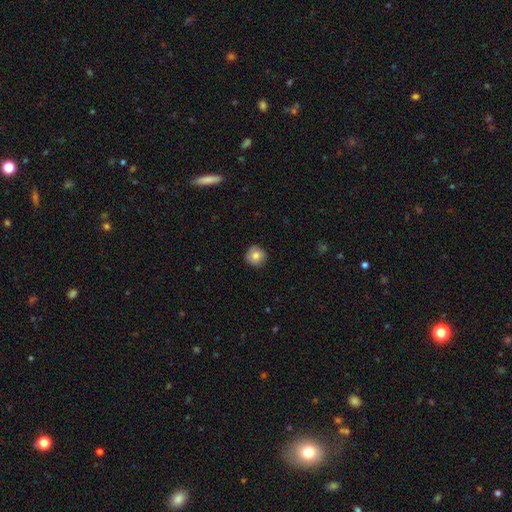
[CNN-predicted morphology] Overall: smooth (79%). How rounded: round (94%). Merging: none (86%).